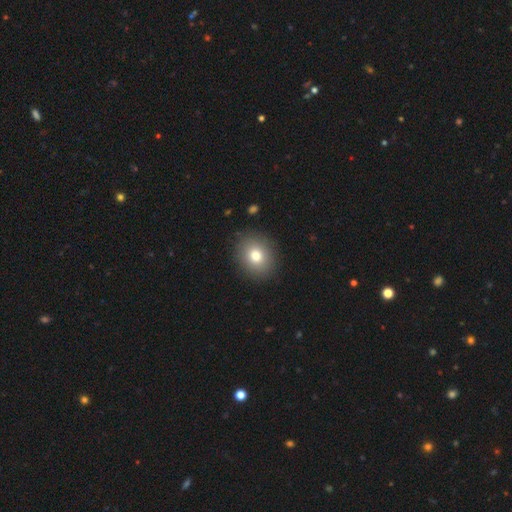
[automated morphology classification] smooth_or_featured: smooth (p=0.80) [alt: featured or disk p=0.10]
how_rounded: round (p=0.65) [alt: in between p=0.34]
merging: none (p=0.89) [alt: minor disturbance p=0.07]